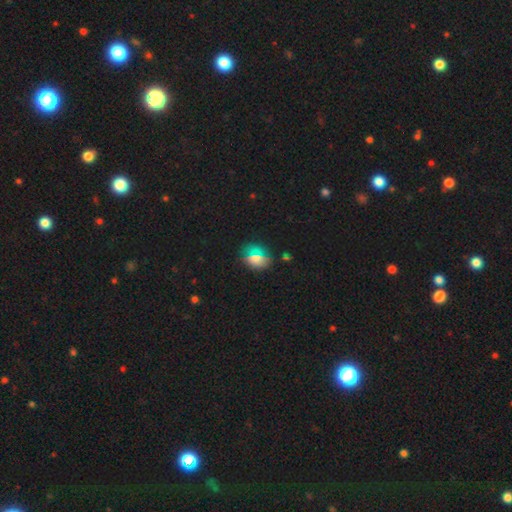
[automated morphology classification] Smooth or featured?
  - smooth: 66% *
  - star or artifact: 25%
  - featured or disk: 9%
How rounded?
  - round: 56% *
  - in between: 41%
  - cigar-shaped: 3%
Merging?
  - none: 83% *
  - minor disturbance: 11%
  - major disturbance: 4%
  - merger: 3%